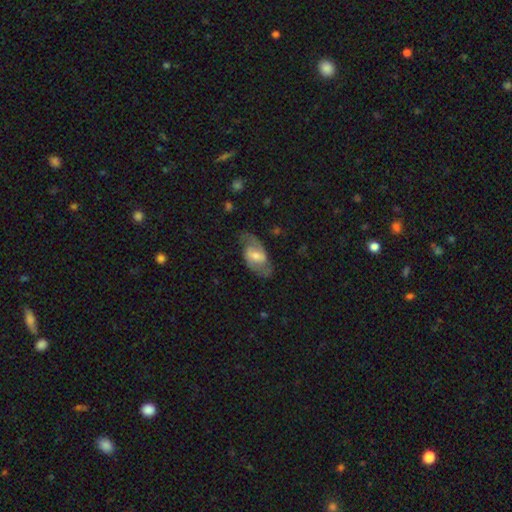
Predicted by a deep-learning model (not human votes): Morphology: type=featured or disk (67%); edge-on=no (94%); bar=weak (49%); spiral arms=yes (83%); winding=medium (49%); arm count=2 (85%); bulge=moderate (52%); merging=none (71%).